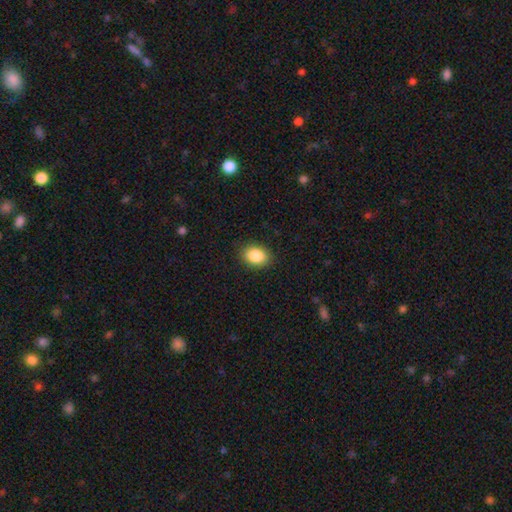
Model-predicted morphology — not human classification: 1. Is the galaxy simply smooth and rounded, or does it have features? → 87% smooth, 8% star or artifact, 5% featured or disk.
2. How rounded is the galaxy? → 72% in between, 27% round, 1% cigar-shaped.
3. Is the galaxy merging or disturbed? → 89% none, 8% minor disturbance, 2% major disturbance, 1% merger.